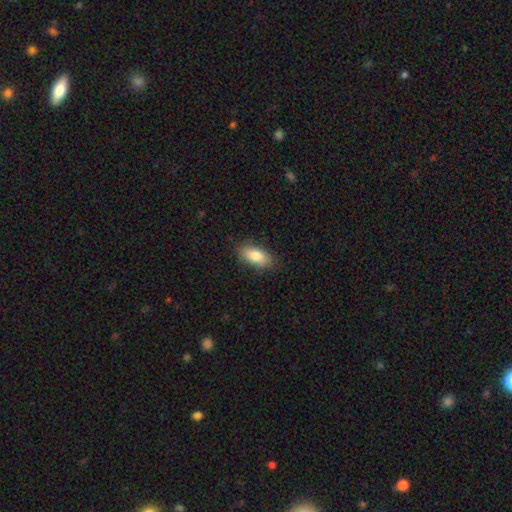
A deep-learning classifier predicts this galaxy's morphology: Overall: smooth (82%). How rounded: in between (89%). Merging: none (82%).